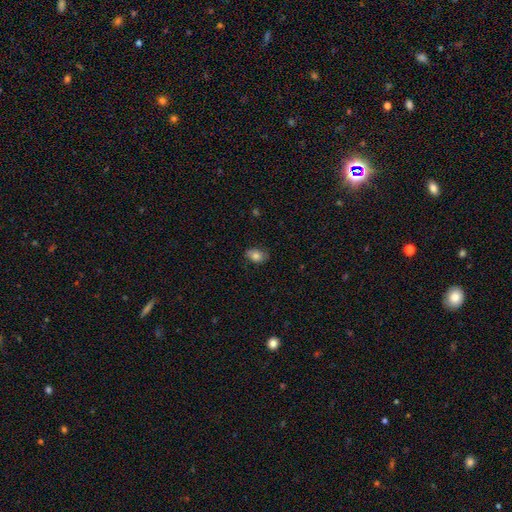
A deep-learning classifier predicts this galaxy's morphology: The model was most divided on "merging": none: 73%, minor disturbance: 22%, major disturbance: 4%, merger: 1%. More confident: how rounded — in between (81%); smooth or featured — smooth (79%).